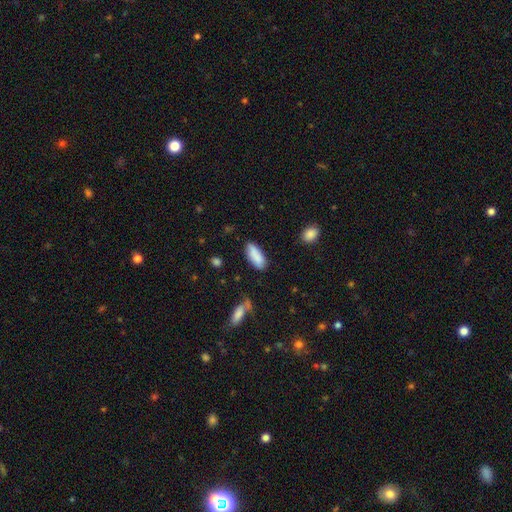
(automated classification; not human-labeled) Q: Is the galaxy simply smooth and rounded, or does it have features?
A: smooth — 85%.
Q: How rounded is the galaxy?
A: in between — 76%.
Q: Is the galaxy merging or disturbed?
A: none — 78%.